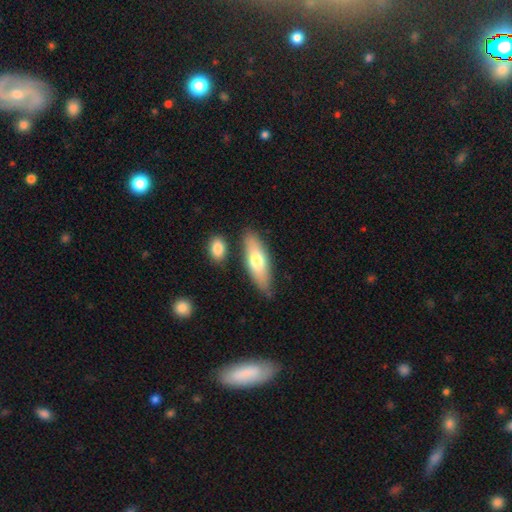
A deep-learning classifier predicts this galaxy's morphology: Overall: smooth (67%; featured or disk 28%). How rounded: in between (58%; cigar-shaped 40%). Merging: none (80%).